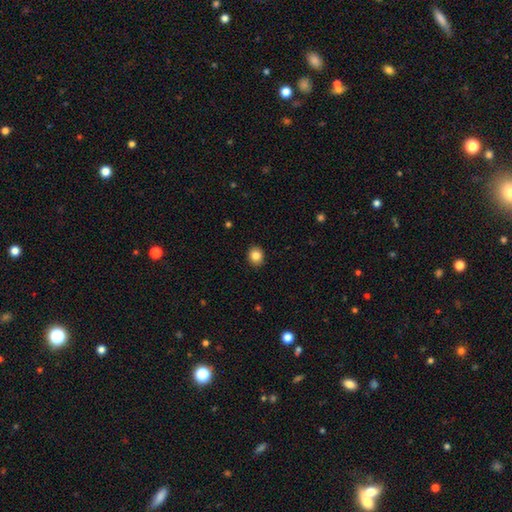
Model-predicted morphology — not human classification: Q: Smooth or featured?
A: smooth (84%); runner-up: star or artifact (10%)
Q: How rounded?
A: round (68%); runner-up: in between (32%)
Q: Merging?
A: none (91%); runner-up: minor disturbance (6%)